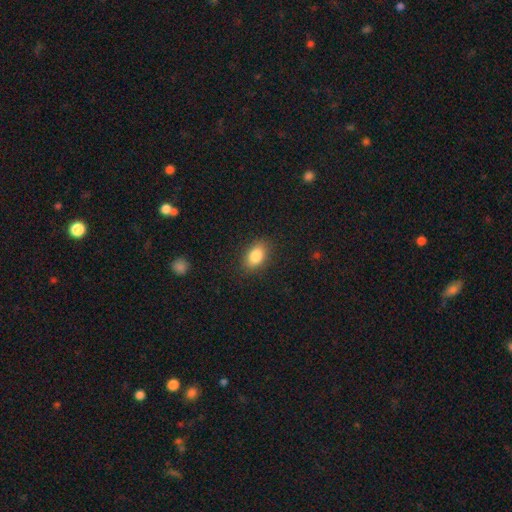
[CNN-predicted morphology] A smooth galaxy with no disk features (85%) that is in between round and cigar-shaped (86%).

Vote fractions:
- Smooth or featured? smooth: 85% / star or artifact: 8% / featured or disk: 7%
- How rounded? in between: 86% / round: 12% / cigar-shaped: 2%
- Merging? none: 86% / minor disturbance: 10% / major disturbance: 3% / merger: 1%